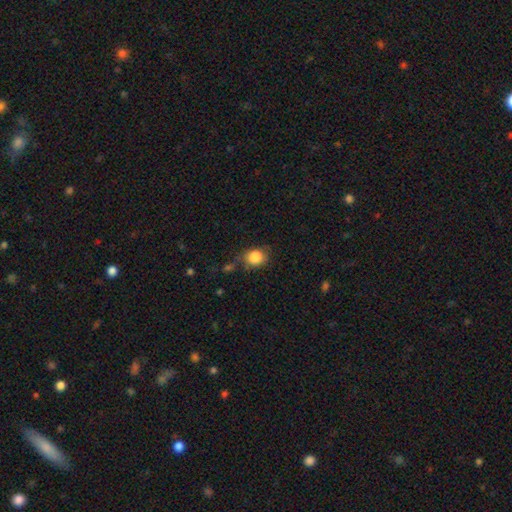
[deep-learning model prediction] Smooth or featured?
  - smooth: 85% *
  - star or artifact: 9%
  - featured or disk: 6%
How rounded?
  - round: 66% *
  - in between: 33%
  - cigar-shaped: 1%
Merging?
  - none: 67% *
  - minor disturbance: 21%
  - major disturbance: 7%
  - merger: 5%